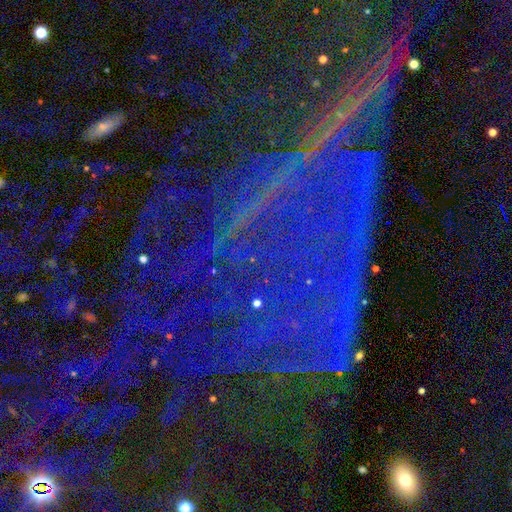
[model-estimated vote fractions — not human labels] This appears to be a star or artifact, not a galaxy (85%).